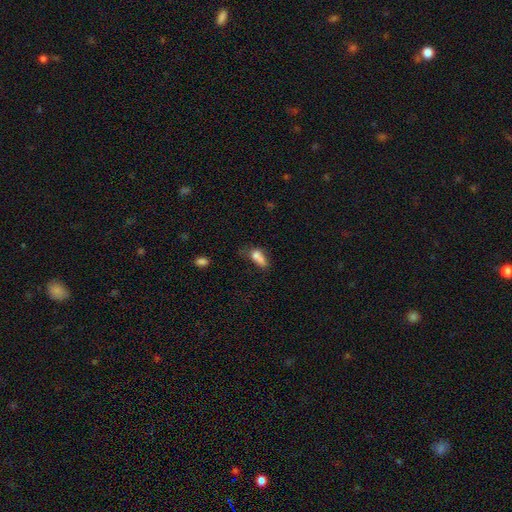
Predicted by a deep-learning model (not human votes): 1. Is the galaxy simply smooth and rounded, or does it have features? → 69% smooth, 19% featured or disk, 11% star or artifact.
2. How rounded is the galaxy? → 70% in between, 17% round, 13% cigar-shaped.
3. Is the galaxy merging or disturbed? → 43% merger, 22% none, 18% major disturbance, 17% minor disturbance.